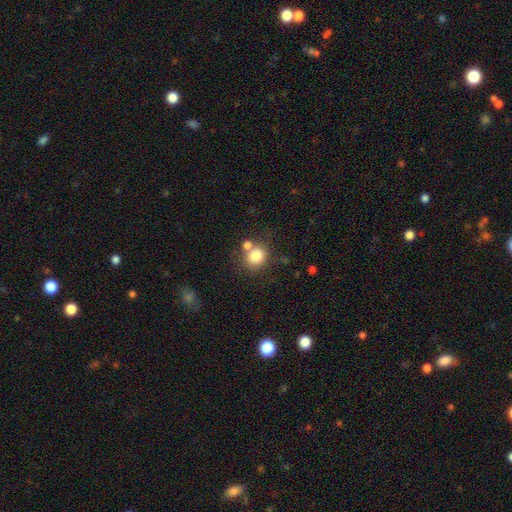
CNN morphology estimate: This is clearly a smooth galaxy (81%). How rounded: clearly round (83%). Merging: likely none (64%).